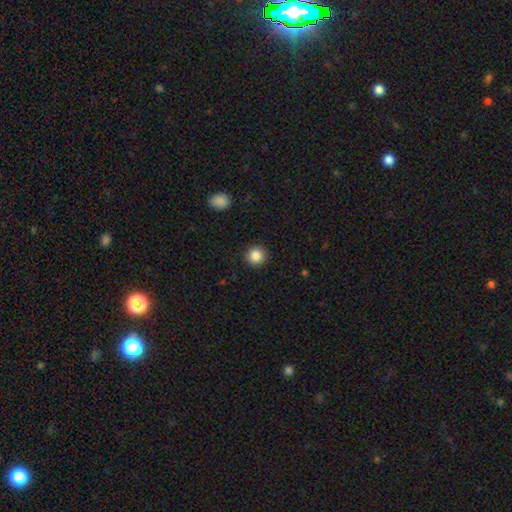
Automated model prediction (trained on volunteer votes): A smooth galaxy with no disk features (87%) that is round (95%).

Vote fractions:
- Smooth or featured? smooth: 87% / star or artifact: 10% / featured or disk: 4%
- How rounded? round: 95% / in between: 4% / cigar-shaped: 1%
- Merging? none: 92% / minor disturbance: 5% / major disturbance: 2% / merger: 1%